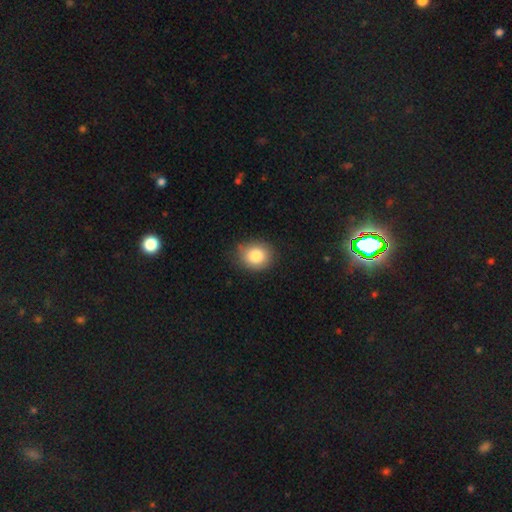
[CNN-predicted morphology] smooth-or-featured: smooth: 83% | star or artifact: 9% | featured or disk: 8%
  how-rounded: round: 68% | in between: 31% | cigar-shaped: 1%
  merging: none: 81% | minor disturbance: 15% | major disturbance: 3% | merger: 1%